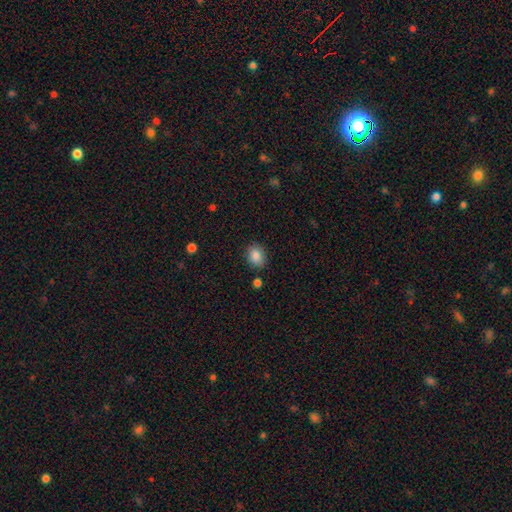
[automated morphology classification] Overall: smooth (87%). How rounded: in between (54%; round 45%). Merging: none (84%).